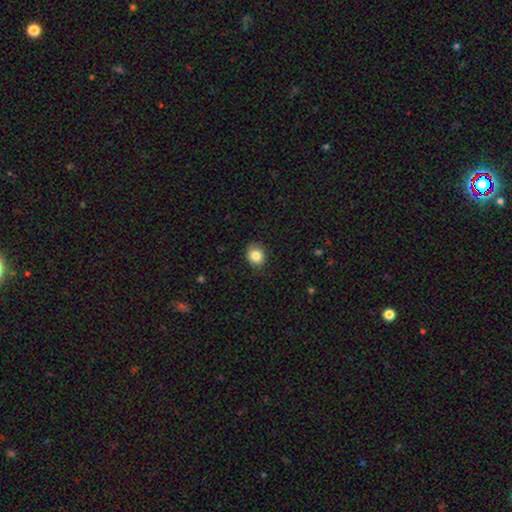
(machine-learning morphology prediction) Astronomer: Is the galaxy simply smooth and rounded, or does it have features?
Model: smooth — 85%.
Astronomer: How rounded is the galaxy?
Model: round — 67%.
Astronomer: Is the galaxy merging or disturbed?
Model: none — 85%.